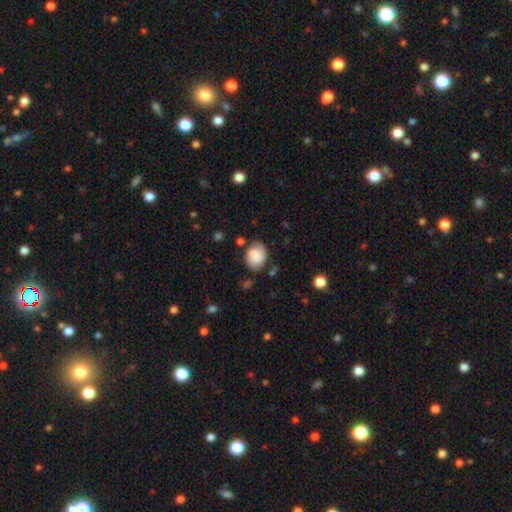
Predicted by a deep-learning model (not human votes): This is likely a smooth galaxy (77%). How rounded: possibly in between (52%). Merging: likely none (70%).